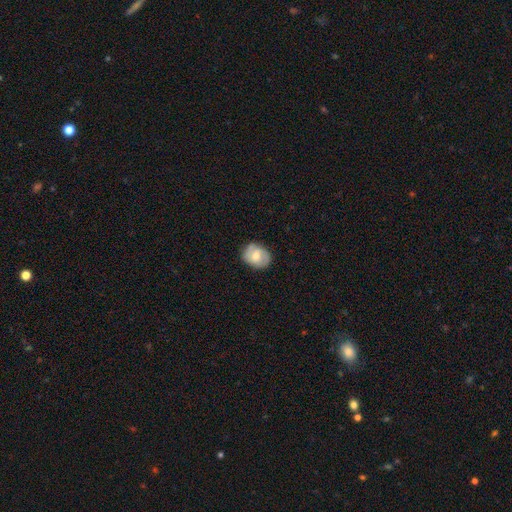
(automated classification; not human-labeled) The model was most divided on "how rounded": in between: 50%, round: 49%, cigar-shaped: 1%. More confident: merging — none (76%); smooth or featured — smooth (53%).